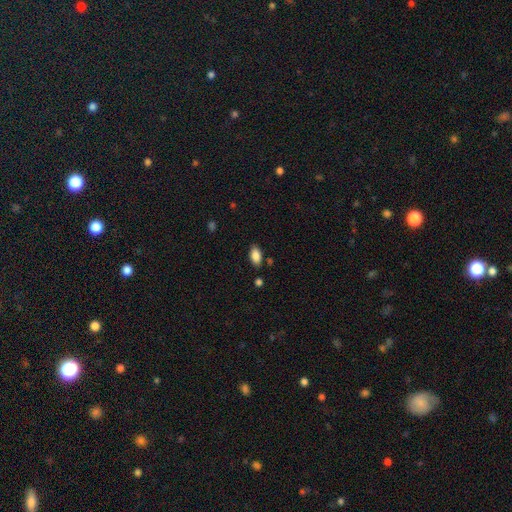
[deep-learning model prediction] This is clearly a smooth galaxy (87%). How rounded: clearly in between (92%). Merging: clearly none (84%).